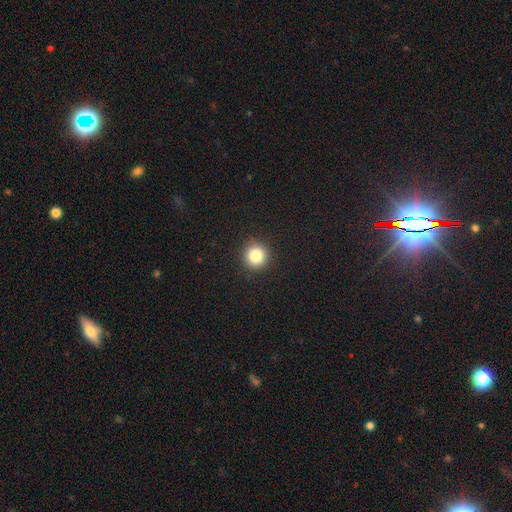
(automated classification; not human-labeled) Smooth or featured? Predicted: smooth (p=0.83). How rounded? Predicted: round (p=0.94). Merging? Predicted: none (p=0.92).